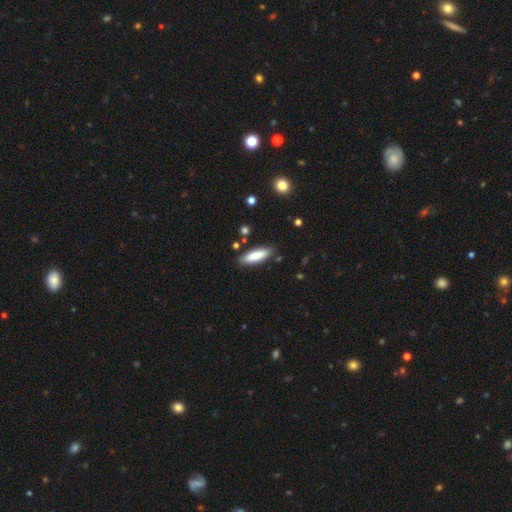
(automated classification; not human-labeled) smooth 81%, featured or disk 13%, star or artifact 6%. Down the decision tree: how rounded — cigar-shaped (56%); merging — none (85%).